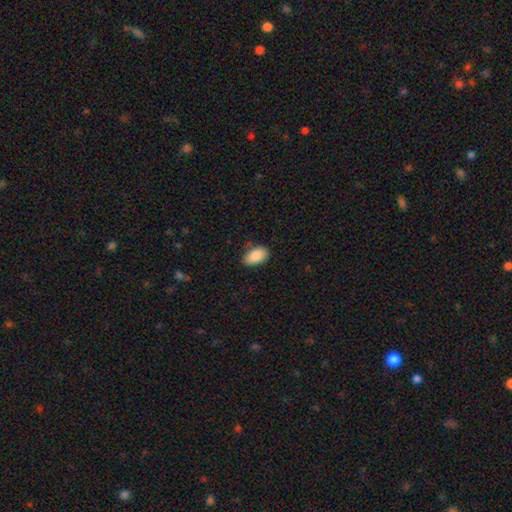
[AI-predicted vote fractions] Morphology: type=smooth (89%); roundness=in between (94%); merging=none (83%).